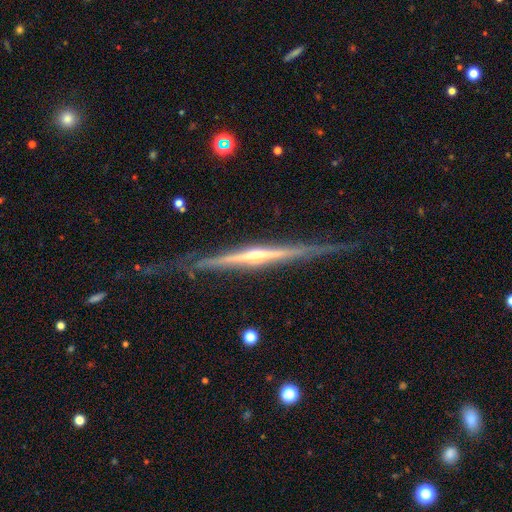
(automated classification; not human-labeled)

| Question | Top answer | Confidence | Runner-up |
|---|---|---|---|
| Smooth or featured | featured or disk | 86% | smooth (9%) |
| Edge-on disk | yes | 98% | no (2%) |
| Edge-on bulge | rounded | 71% | none (24%) |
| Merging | none | 76% | minor disturbance (18%) |